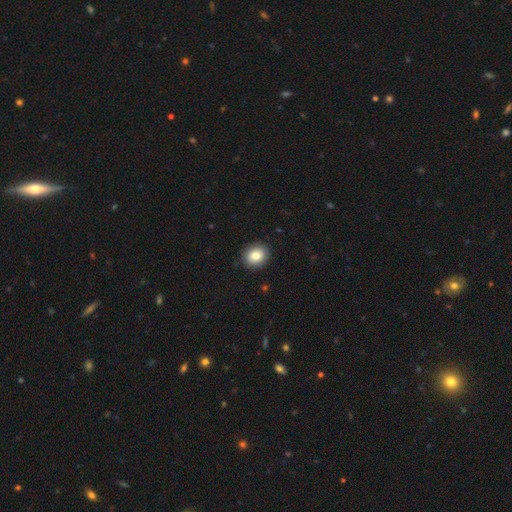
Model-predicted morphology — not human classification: Smooth or featured?
  - smooth: 81% *
  - featured or disk: 10%
  - star or artifact: 8%
How rounded?
  - round: 65% *
  - in between: 34%
  - cigar-shaped: 1%
Merging?
  - none: 89% *
  - minor disturbance: 8%
  - major disturbance: 2%
  - merger: 1%